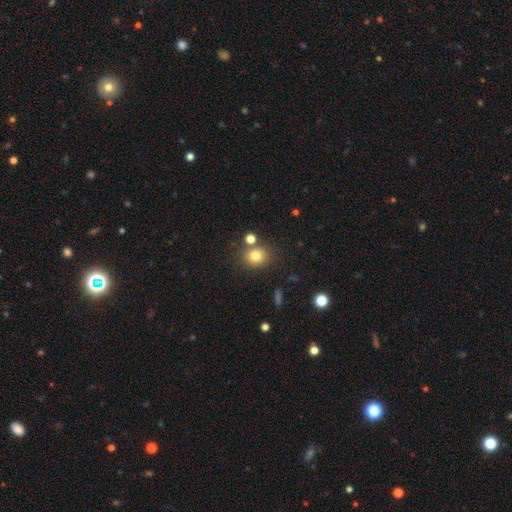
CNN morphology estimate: Smooth or featured?
  - smooth: 79% *
  - star or artifact: 13%
  - featured or disk: 8%
How rounded?
  - round: 71% *
  - in between: 28%
  - cigar-shaped: 1%
Merging?
  - none: 74% *
  - merger: 12%
  - minor disturbance: 11%
  - major disturbance: 4%